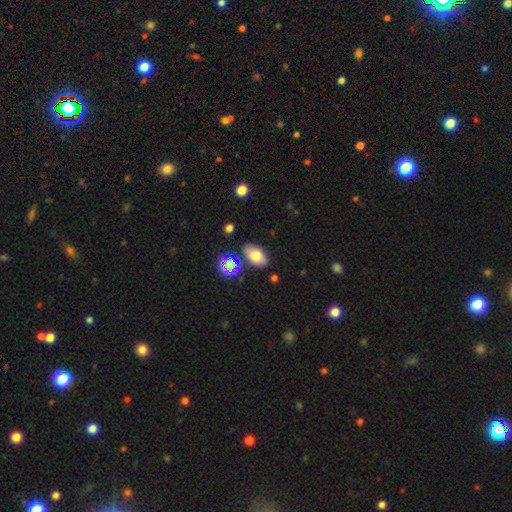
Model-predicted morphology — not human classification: Overall: smooth (72%). How rounded: in between (90%). Merging: none (78%).